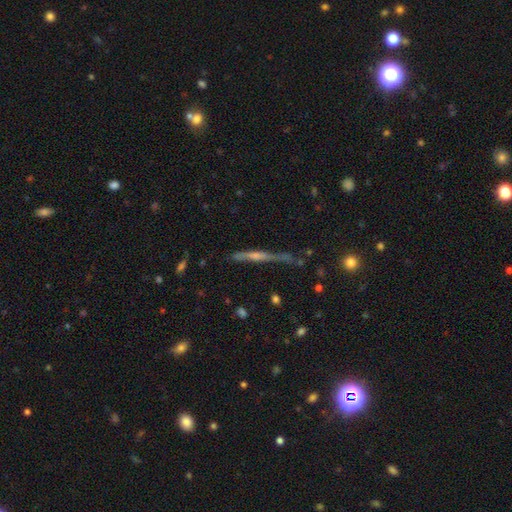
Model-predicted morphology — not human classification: Overall: featured or disk (62%; smooth 27%). Edge-on disk: yes (94%). Edge-on bulge: rounded (46%; none 40%). Merging: none (64%).